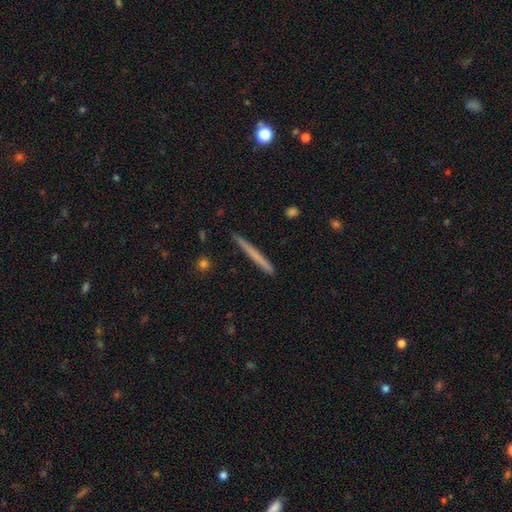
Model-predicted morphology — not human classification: Overall: smooth (59%; featured or disk 36%). How rounded: cigar-shaped (97%). Merging: none (90%).